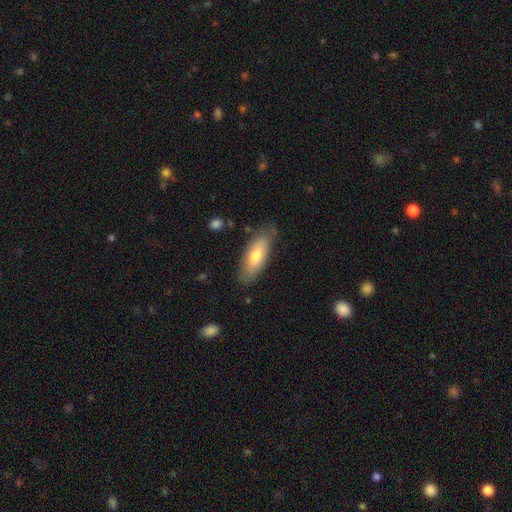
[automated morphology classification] smooth-or-featured: smooth: 69% | featured or disk: 25% | star or artifact: 6%
  how-rounded: in between: 72% | cigar-shaped: 26% | round: 2%
  merging: none: 77% | minor disturbance: 18% | major disturbance: 4% | merger: 2%